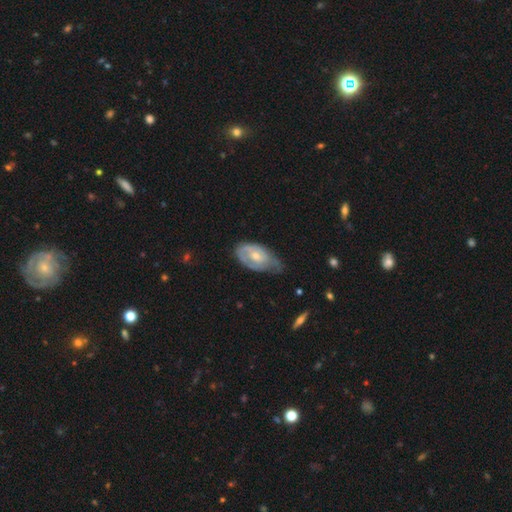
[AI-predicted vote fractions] featured or disk 56%, smooth 38%, star or artifact 6%. Down the decision tree: edge-on disk — no (93%); bar — no (73%); spiral arms — yes (58%); bulge size — moderate (55%); merging — minor disturbance (43%).